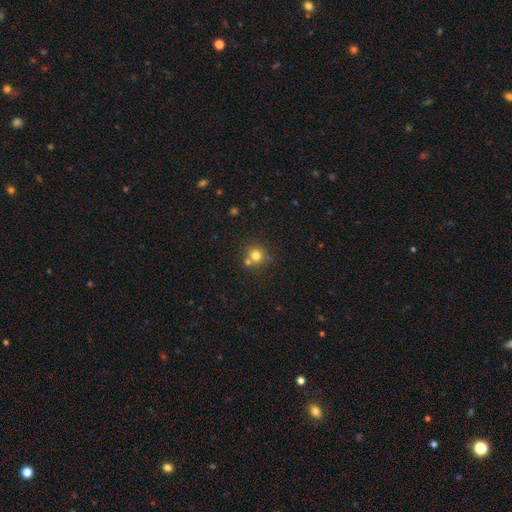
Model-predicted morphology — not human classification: Smooth or featured? Predicted: smooth (p=0.75). How rounded? Predicted: round (p=0.89). Merging? Predicted: none (p=0.62).